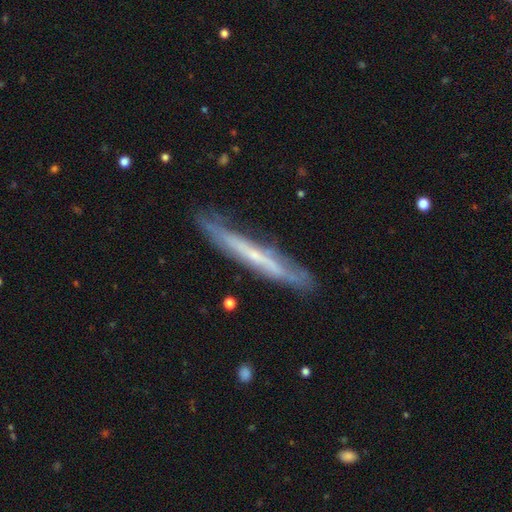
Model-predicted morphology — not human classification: Q: Smooth or featured?
A: featured or disk (66%); runner-up: smooth (28%)
Q: Edge-on disk?
A: yes (83%); runner-up: no (17%)
Q: Edge-on bulge?
A: none (66%); runner-up: rounded (28%)
Q: Merging?
A: none (77%); runner-up: minor disturbance (17%)